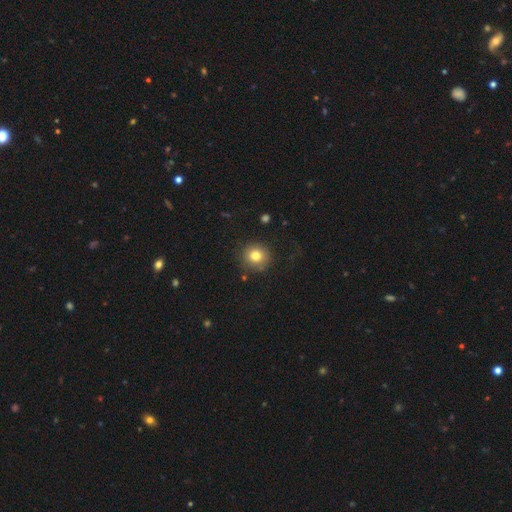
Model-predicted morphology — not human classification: A smooth galaxy with no disk features (79%) that is round (92%).

Vote fractions:
- Smooth or featured? smooth: 79% / star or artifact: 11% / featured or disk: 9%
- How rounded? round: 92% / in between: 7% / cigar-shaped: 1%
- Merging? none: 85% / minor disturbance: 10% / major disturbance: 4% / merger: 2%